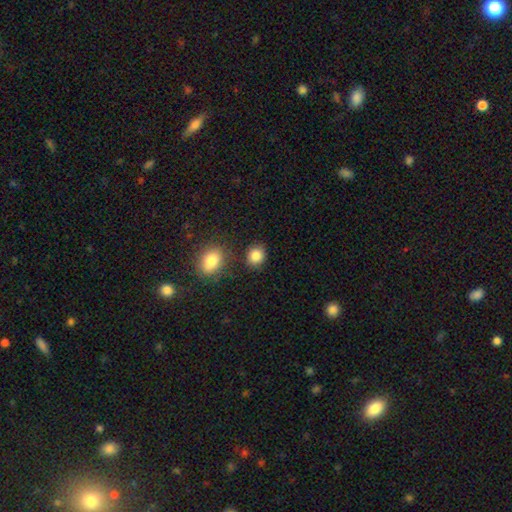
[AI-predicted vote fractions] Smooth or featured? smooth (86%)
How rounded? round (70%)
Merging? none (81%)